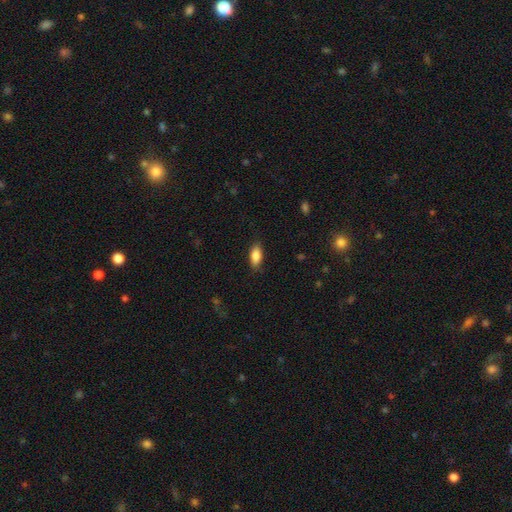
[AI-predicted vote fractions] Smooth or featured: smooth — 86% (featured or disk — 7%)
How rounded: in between — 86% (cigar-shaped — 11%)
Merging: none — 85% (minor disturbance — 12%)